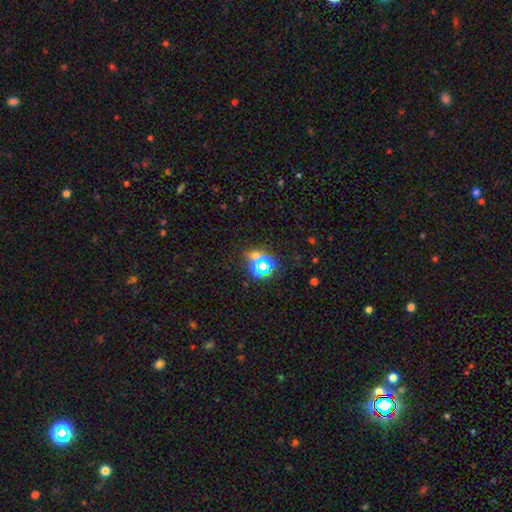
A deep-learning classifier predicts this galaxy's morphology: This is likely a star or artifact rather than a galaxy (63%).